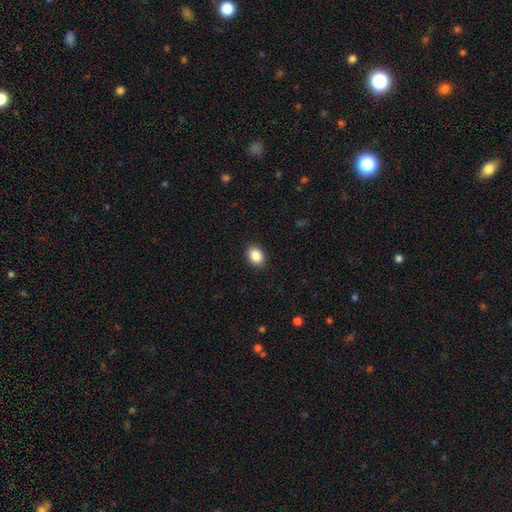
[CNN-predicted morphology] Overall: smooth (88%). How rounded: in between (72%). Merging: none (90%).